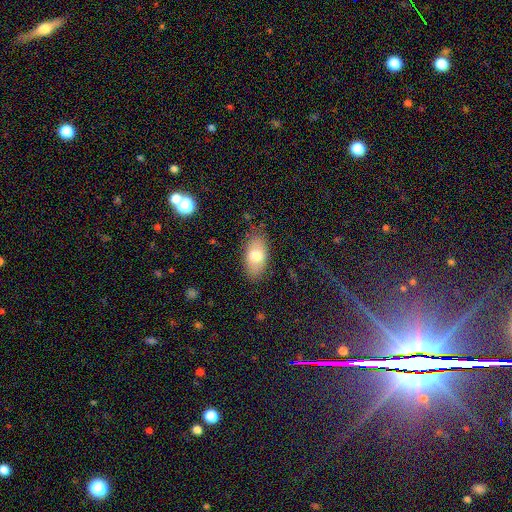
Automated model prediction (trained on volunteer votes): This is likely a smooth galaxy (73%). How rounded: clearly in between (92%). Merging: clearly none (81%).